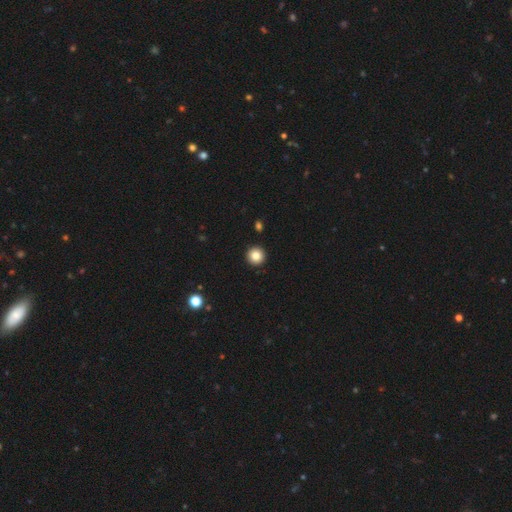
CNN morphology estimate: This is clearly a smooth galaxy (85%). How rounded: clearly round (96%). Merging: clearly none (94%).